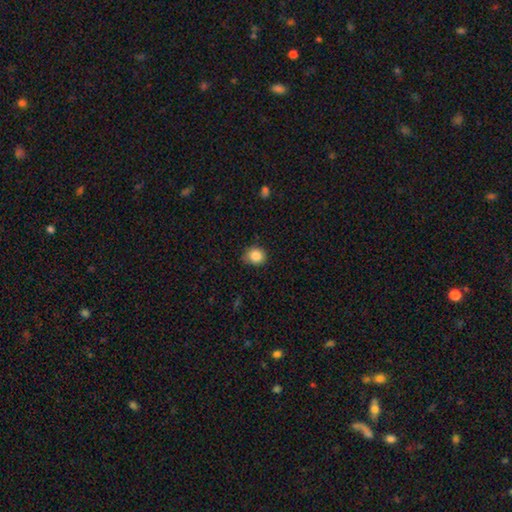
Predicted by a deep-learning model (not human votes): Morphology: type=smooth (85%); roundness=round (78%); merging=none (75%).